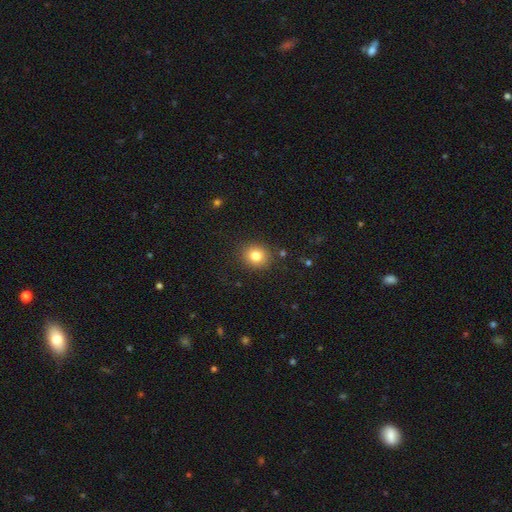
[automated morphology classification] smooth 81%, star or artifact 11%, featured or disk 7%. Down the decision tree: how rounded — round (79%); merging — none (88%).